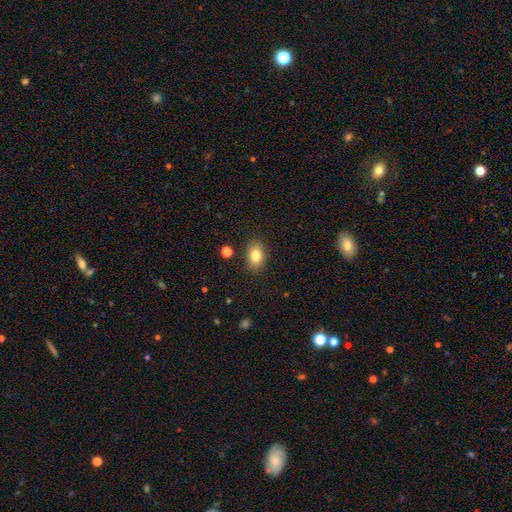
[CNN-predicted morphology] Overall: smooth (82%). How rounded: in between (76%). Merging: none (86%).